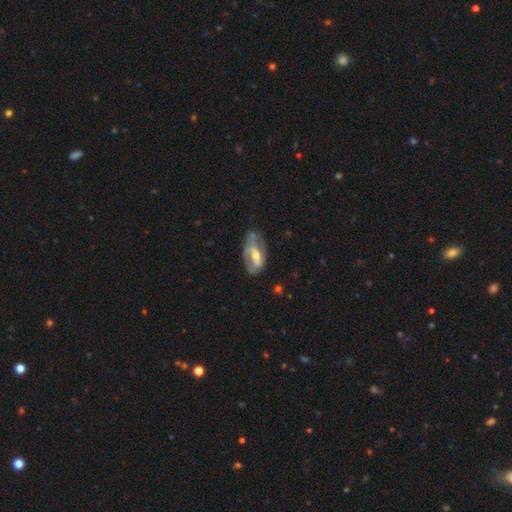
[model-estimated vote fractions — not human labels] The model was most divided on "bar": weak: 39%, strong: 31%, no: 29%. More confident: edge-on disk — no (91%); smooth or featured — featured or disk (71%); spiral arms — yes (69%); bulge size — moderate (60%); merging — none (51%).